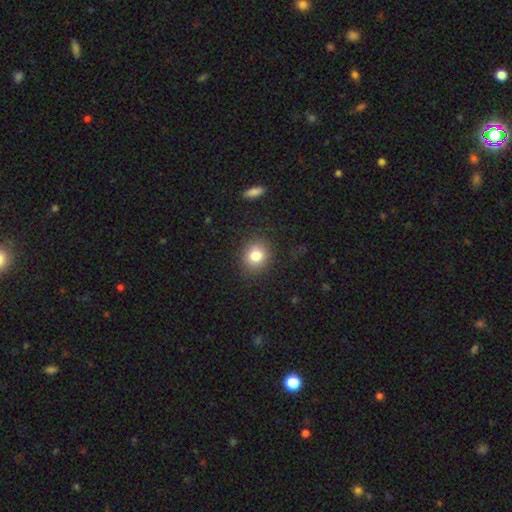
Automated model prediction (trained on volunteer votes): Smooth or featured: smooth — 81% (star or artifact — 11%)
How rounded: round — 79% (in between — 20%)
Merging: none — 88% (minor disturbance — 8%)